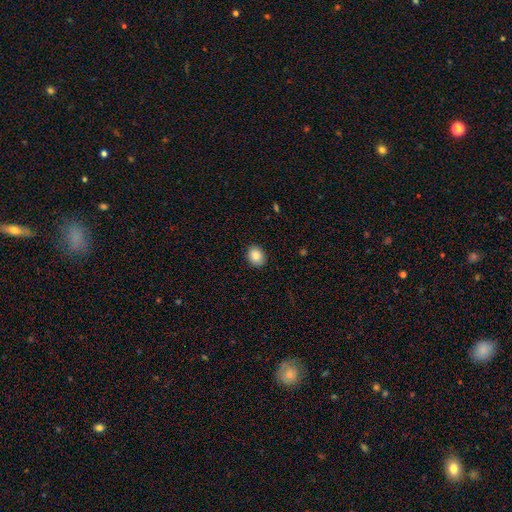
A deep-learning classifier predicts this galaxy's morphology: Q: Smooth or featured?
A: smooth (86%); runner-up: star or artifact (9%)
Q: How rounded?
A: round (54%); runner-up: in between (45%)
Q: Merging?
A: none (89%); runner-up: minor disturbance (8%)